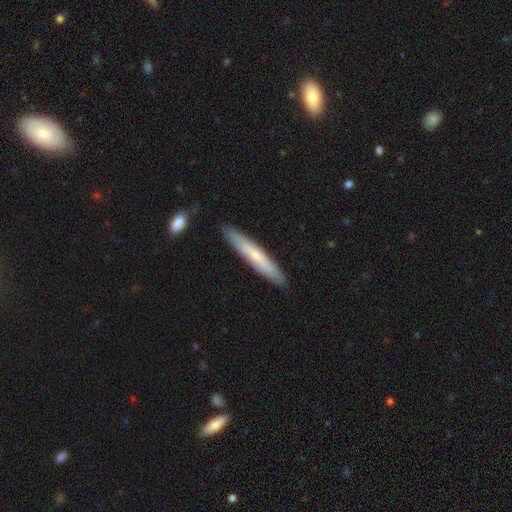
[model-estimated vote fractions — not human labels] Smooth or featured?
  - smooth: 60% *
  - featured or disk: 35%
  - star or artifact: 5%
How rounded?
  - cigar-shaped: 93% *
  - in between: 6%
  - round: 1%
Merging?
  - none: 88% *
  - minor disturbance: 9%
  - merger: 2%
  - major disturbance: 2%